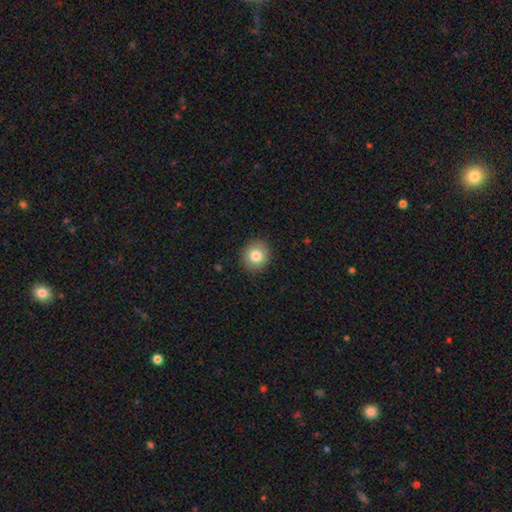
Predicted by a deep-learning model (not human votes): A smooth galaxy with no disk features (81%) that is round (85%).

Vote fractions:
- Smooth or featured? smooth: 81% / featured or disk: 10% / star or artifact: 9%
- How rounded? round: 85% / in between: 14% / cigar-shaped: 1%
- Merging? none: 90% / minor disturbance: 7% / major disturbance: 2% / merger: 1%